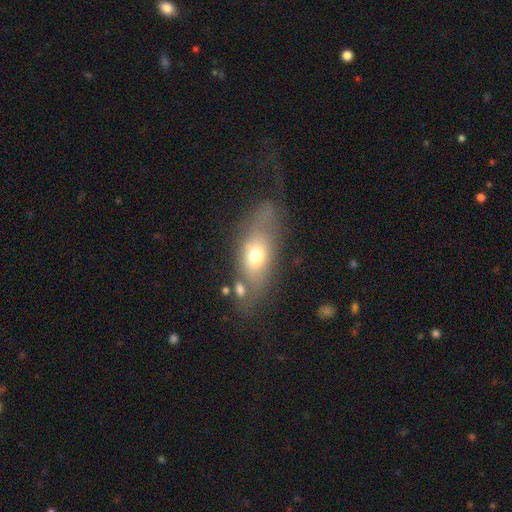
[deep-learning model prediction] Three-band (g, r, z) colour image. It shows a smooth galaxy with no disk features (58%) that is in between round and cigar-shaped (75%). Merging: none (51%).